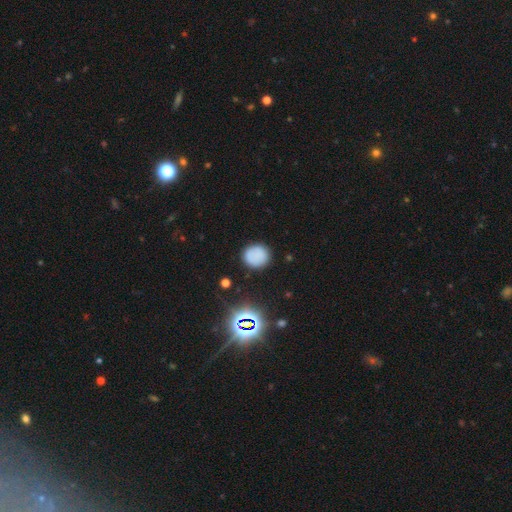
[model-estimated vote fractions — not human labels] Smooth or featured: smooth — 79% (star or artifact — 14%)
How rounded: round — 88% (in between — 11%)
Merging: none — 86% (minor disturbance — 10%)